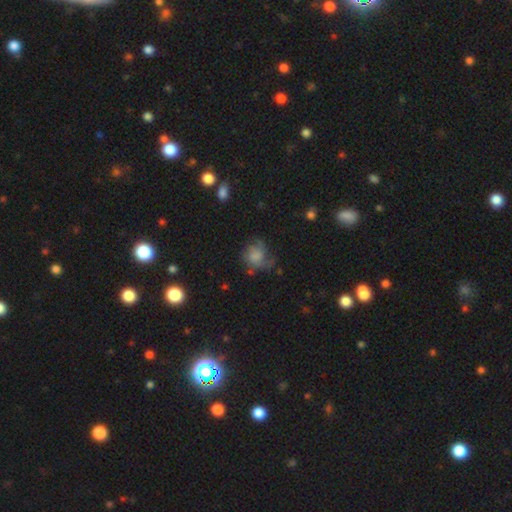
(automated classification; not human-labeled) Q: Smooth or featured?
A: smooth (53%); runner-up: featured or disk (36%)
Q: How rounded?
A: round (68%); runner-up: in between (31%)
Q: Merging?
A: none (43%); runner-up: major disturbance (28%)